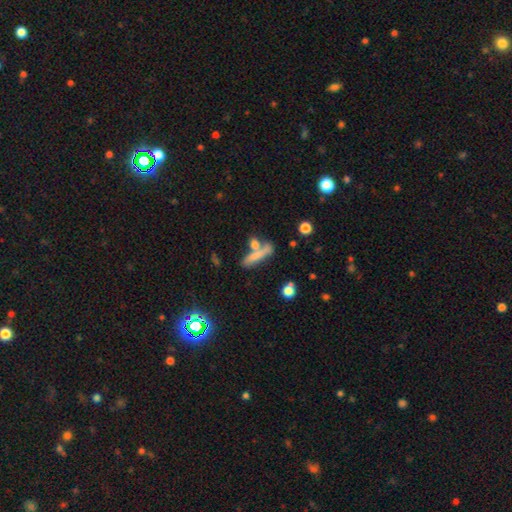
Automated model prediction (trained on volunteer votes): smooth_or_featured: smooth (p=0.67) [alt: featured or disk p=0.23]
how_rounded: cigar-shaped (p=0.75) [alt: in between p=0.21]
merging: none (p=0.48) [alt: merger p=0.32]